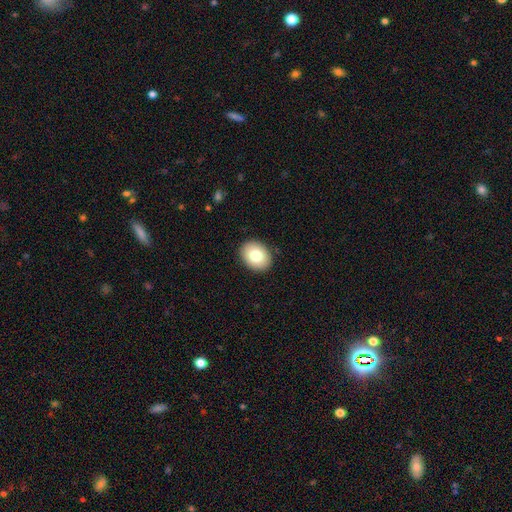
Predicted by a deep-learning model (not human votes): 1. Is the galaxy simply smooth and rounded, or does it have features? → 79% smooth, 13% featured or disk, 8% star or artifact.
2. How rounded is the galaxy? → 63% in between, 36% round, 1% cigar-shaped.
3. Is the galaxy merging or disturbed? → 89% none, 8% minor disturbance, 2% major disturbance, 1% merger.